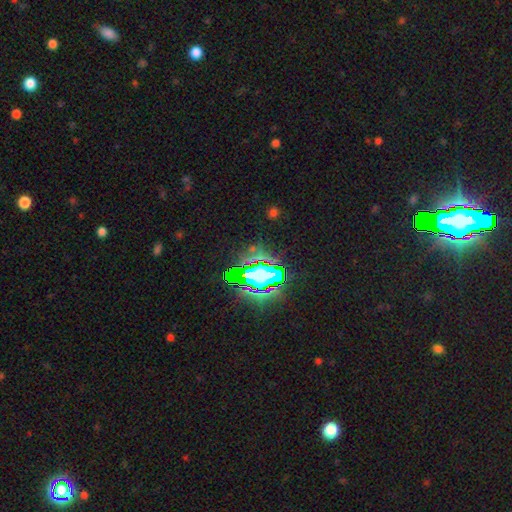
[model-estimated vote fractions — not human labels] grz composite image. It shows a star or artifact, not a galaxy (65%).